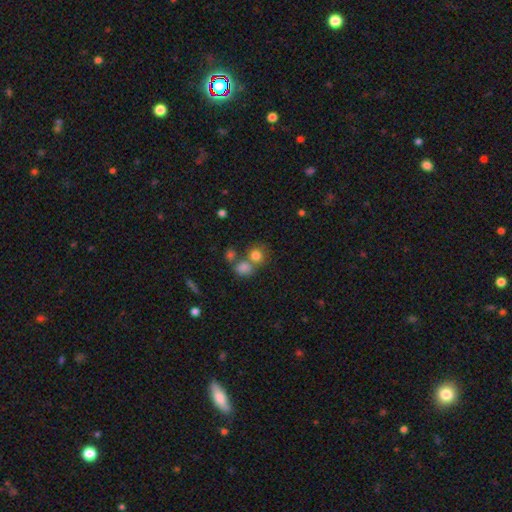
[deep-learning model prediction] Smooth or featured?
  - smooth: 78% *
  - star or artifact: 13%
  - featured or disk: 9%
How rounded?
  - round: 82% *
  - in between: 17%
  - cigar-shaped: 1%
Merging?
  - none: 53% *
  - merger: 33%
  - minor disturbance: 9%
  - major disturbance: 5%